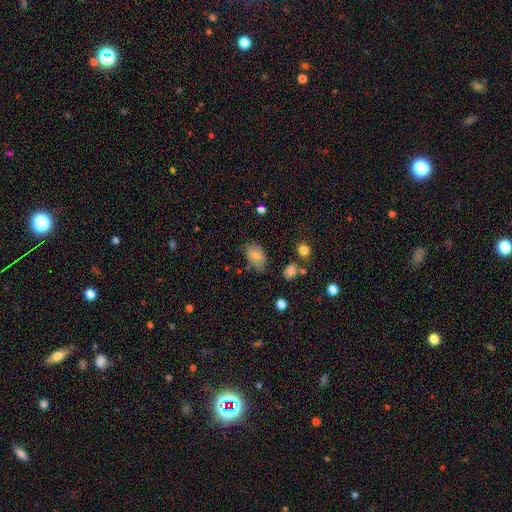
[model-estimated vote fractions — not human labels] A smooth galaxy with no disk features (78%) that is in between round and cigar-shaped (87%). Merging: none (68%).